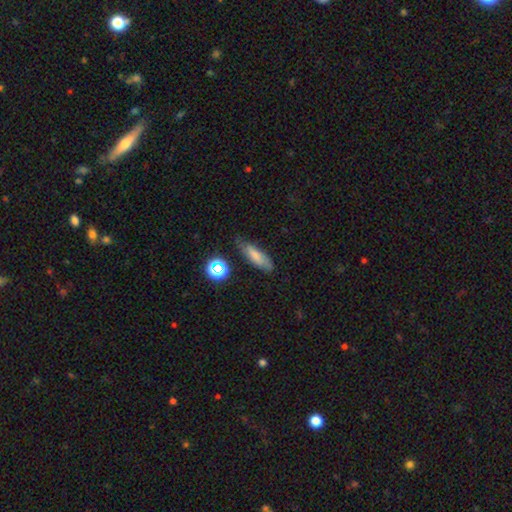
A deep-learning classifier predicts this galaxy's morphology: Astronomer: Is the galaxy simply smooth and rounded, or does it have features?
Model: smooth — 69%.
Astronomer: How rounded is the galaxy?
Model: in between — 48% (runner-up: cigar-shaped, 47%).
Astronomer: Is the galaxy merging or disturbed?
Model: none — 67%.